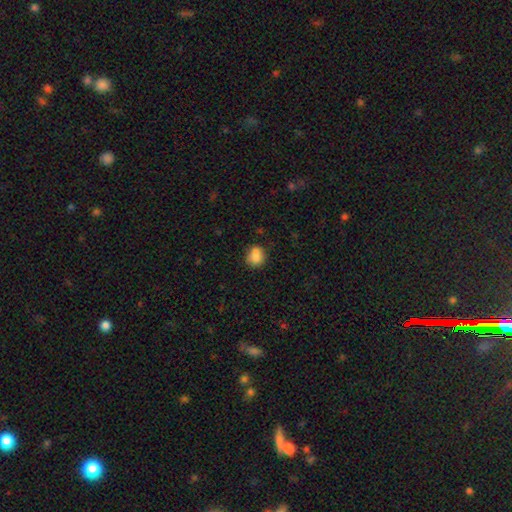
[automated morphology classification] Smooth or featured: smooth — 81% (featured or disk — 10%)
How rounded: round — 68% (in between — 31%)
Merging: none — 62% (minor disturbance — 17%)